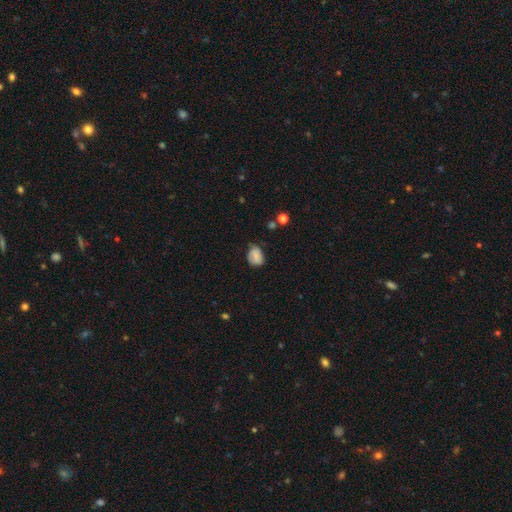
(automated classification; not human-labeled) Smooth or featured: smooth — 77% (featured or disk — 13%)
How rounded: in between — 64% (round — 34%)
Merging: none — 60% (minor disturbance — 31%)